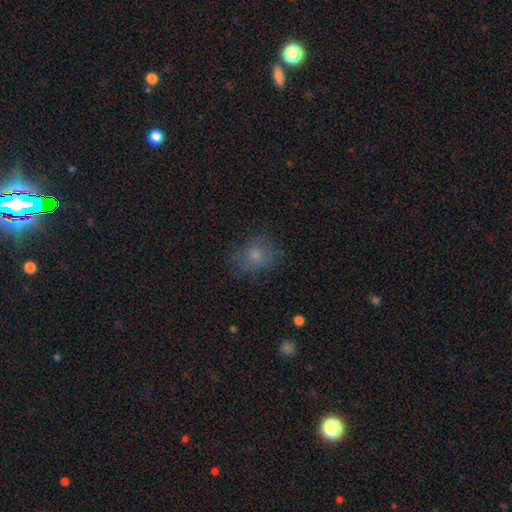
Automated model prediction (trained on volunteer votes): Overall: smooth (73%). How rounded: round (60%; in between 39%). Merging: none (70%).